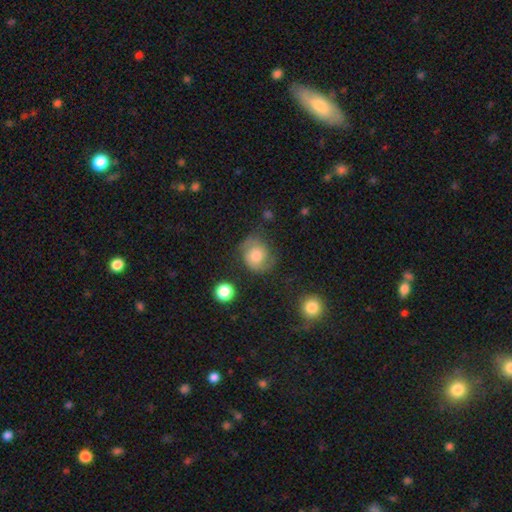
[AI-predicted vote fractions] Smooth or featured? featured or disk (54%)
Edge-on disk? no (97%)
Bar? no (71%)
Spiral arms? yes (88%)
Bulge size? moderate (56%)
Merging? none (65%)